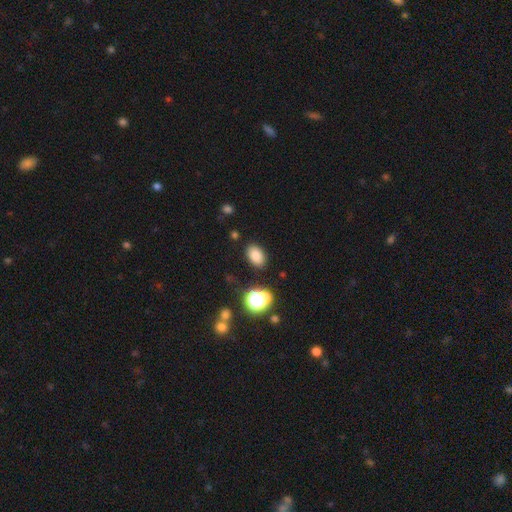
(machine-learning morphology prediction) smooth-or-featured: smooth: 80% | star or artifact: 14% | featured or disk: 6%
  how-rounded: in between: 85% | round: 14% | cigar-shaped: 1%
  merging: none: 86% | minor disturbance: 9% | major disturbance: 3% | merger: 2%